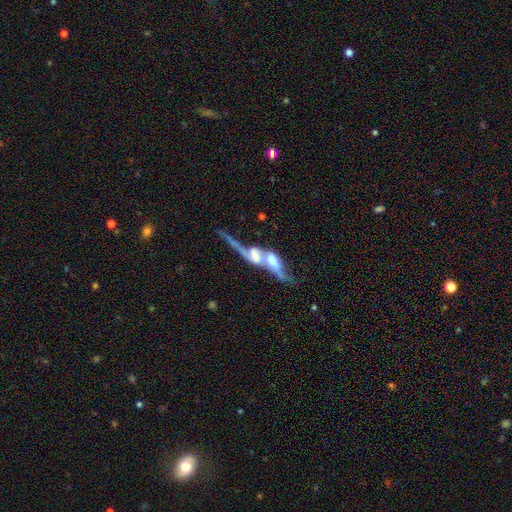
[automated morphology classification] This is likely a featured or disk galaxy (68%). It is likely not viewed edge-on (62%). Merging: likely merger (77%).